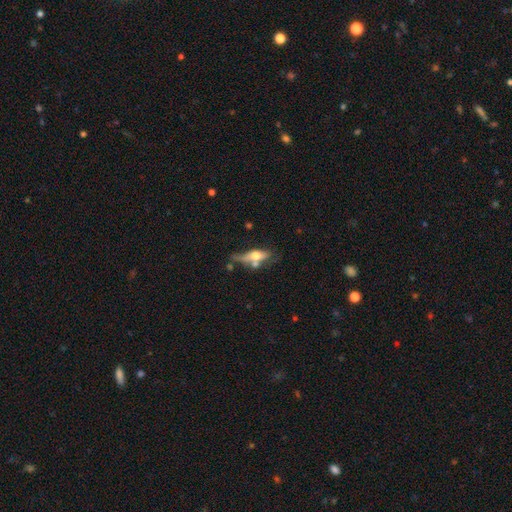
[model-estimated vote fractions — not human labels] Smooth or featured?
  - smooth: 47% *
  - featured or disk: 45%
  - star or artifact: 7%
Merging?
  - none: 37% *
  - merger: 27%
  - minor disturbance: 22%
  - major disturbance: 14%